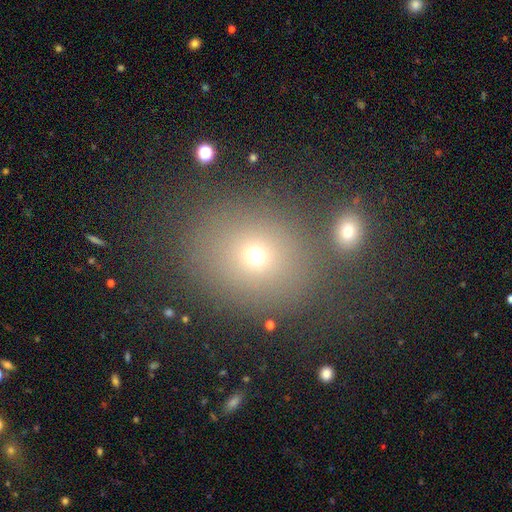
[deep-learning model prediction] smooth 66%, star or artifact 22%, featured or disk 12%. Down the decision tree: how rounded — round (69%); merging — none (75%).